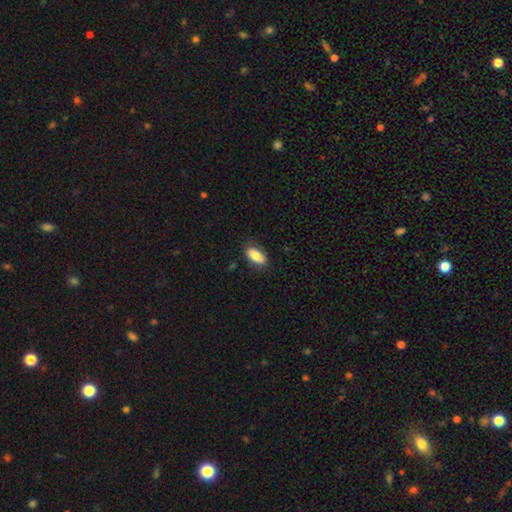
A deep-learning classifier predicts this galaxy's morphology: Overall: smooth (80%). How rounded: in between (88%). Merging: none (82%).